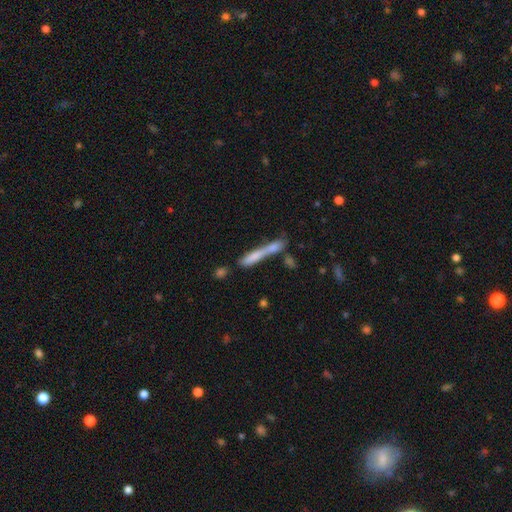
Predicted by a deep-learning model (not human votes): A smooth galaxy with no disk features (63%) that is cigar-shaped (88%).

Vote fractions:
- Smooth or featured? smooth: 63% / featured or disk: 28% / star or artifact: 9%
- How rounded? cigar-shaped: 88% / in between: 9% / round: 2%
- Merging? merger: 39% / none: 37% / minor disturbance: 15% / major disturbance: 9%